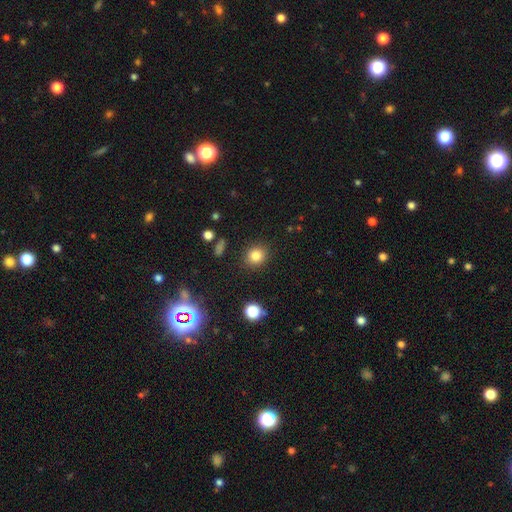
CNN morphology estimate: This appears to be a smooth galaxy with no disk features (82%) that is round (79%). Merging: none (88%).